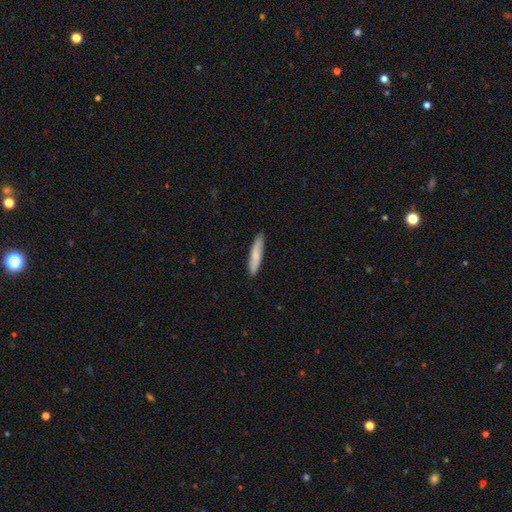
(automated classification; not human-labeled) Smooth or featured: smooth — 79% (featured or disk — 16%)
How rounded: cigar-shaped — 85% (in between — 13%)
Merging: none — 89% (minor disturbance — 8%)